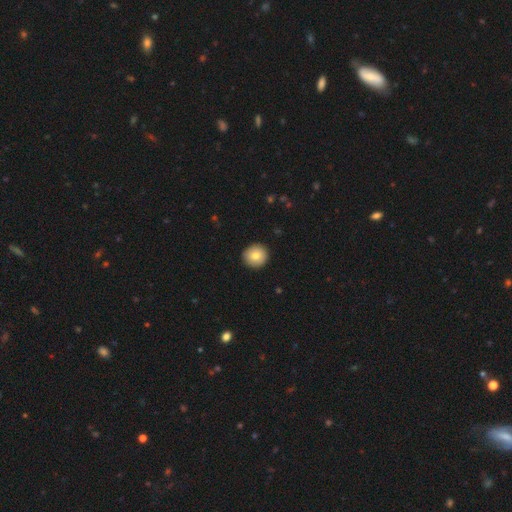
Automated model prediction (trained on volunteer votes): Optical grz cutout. It shows a smooth galaxy with no disk features (81%) that is round (94%). Merging: none (92%).